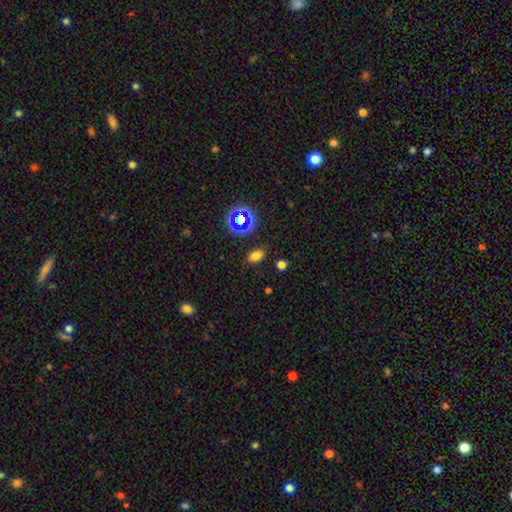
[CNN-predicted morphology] Overall: smooth (72%). How rounded: in between (85%). Merging: none (85%).